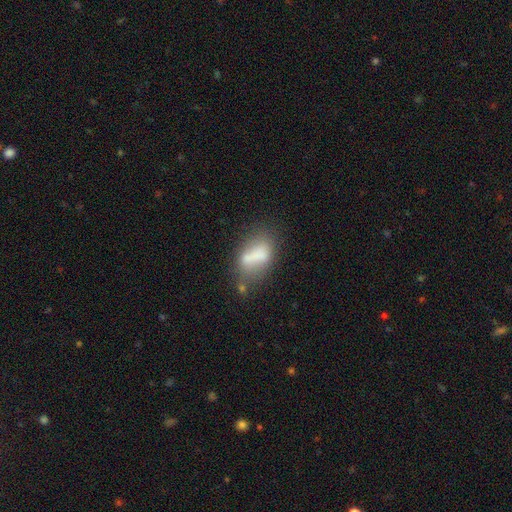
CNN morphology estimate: This appears to be a smooth galaxy with no disk features (62%) that is in between round and cigar-shaped (81%). Merging: none (37%).